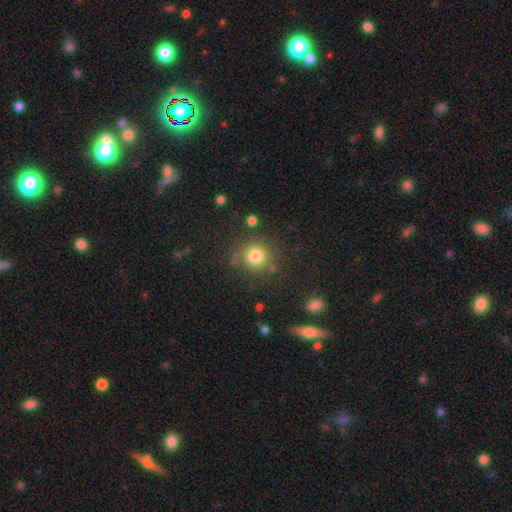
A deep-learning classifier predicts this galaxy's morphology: Smooth or featured? Predicted: smooth (p=0.81). How rounded? Predicted: round (p=0.92). Merging? Predicted: none (p=0.81).